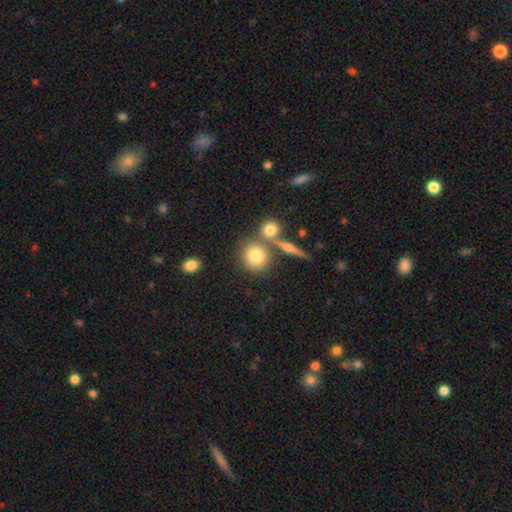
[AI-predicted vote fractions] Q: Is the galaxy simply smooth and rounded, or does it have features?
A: smooth — 74%.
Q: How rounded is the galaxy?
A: round — 82%.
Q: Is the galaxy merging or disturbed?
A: none — 60%.